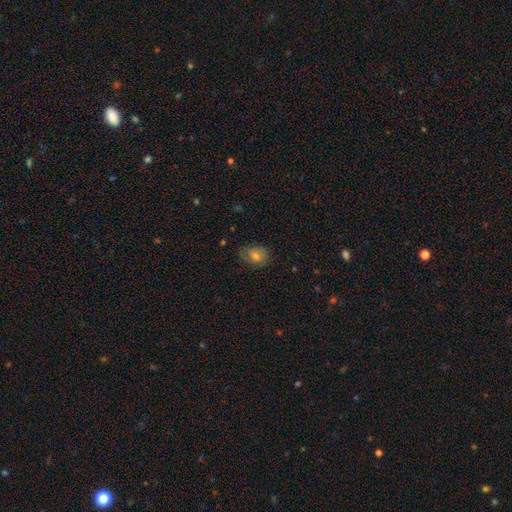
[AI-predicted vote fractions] This is likely a smooth galaxy (61%). How rounded: likely in between (60%). Merging: likely none (68%).